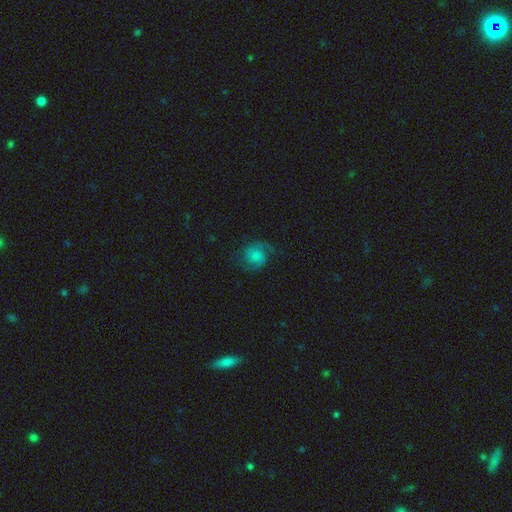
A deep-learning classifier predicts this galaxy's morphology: type=featured or disk (65%); edge-on=no (98%); bar=no (70%); spiral arms=yes (94%); winding=medium (47%); arm count=2 (86%); bulge=none (44%); merging=none (70%).